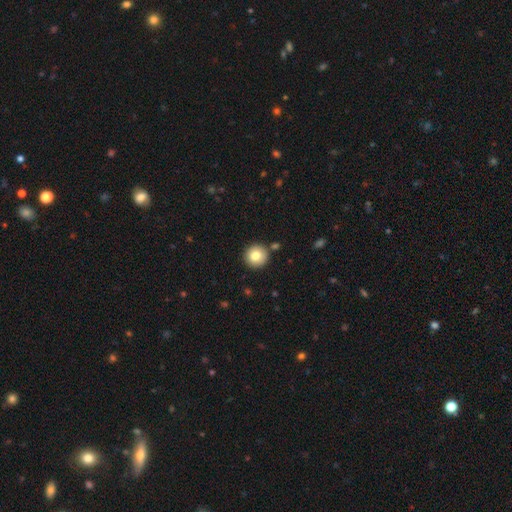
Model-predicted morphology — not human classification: Smooth or featured?
  - smooth: 81% *
  - featured or disk: 10%
  - star or artifact: 10%
How rounded?
  - round: 95% *
  - in between: 4%
  - cigar-shaped: 1%
Merging?
  - none: 88% *
  - minor disturbance: 6%
  - merger: 4%
  - major disturbance: 2%